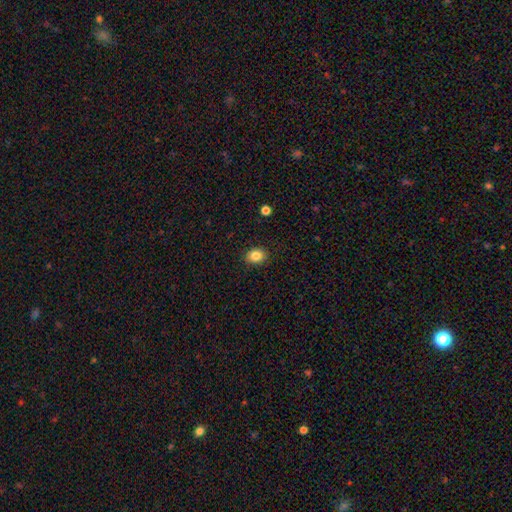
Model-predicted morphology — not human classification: smooth-or-featured: smooth: 84% | star or artifact: 10% | featured or disk: 6%
  how-rounded: in between: 57% | round: 42% | cigar-shaped: 1%
  merging: none: 89% | minor disturbance: 8% | major disturbance: 2% | merger: 1%